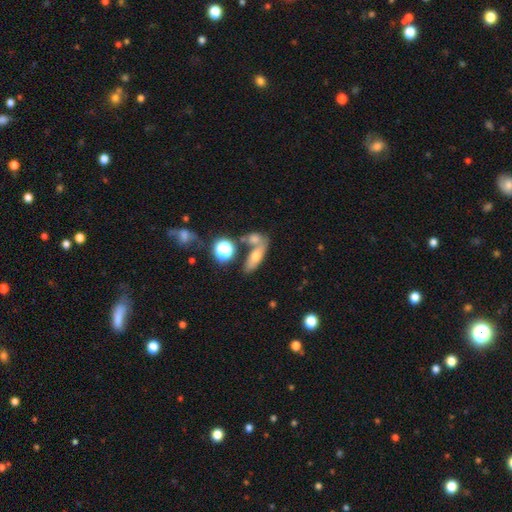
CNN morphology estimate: Smooth or featured? Predicted: smooth (p=0.51). How rounded? Predicted: in between (p=0.57). Merging? Predicted: none (p=0.49).